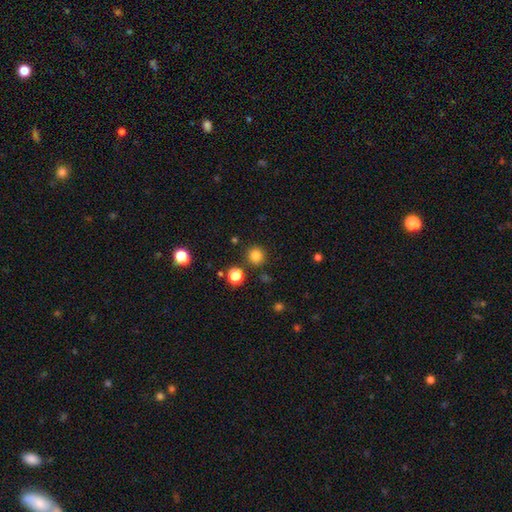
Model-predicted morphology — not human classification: The model was most divided on "smooth or featured": smooth: 82%, star or artifact: 14%, featured or disk: 4%. More confident: how rounded — round (93%); merging — none (87%).